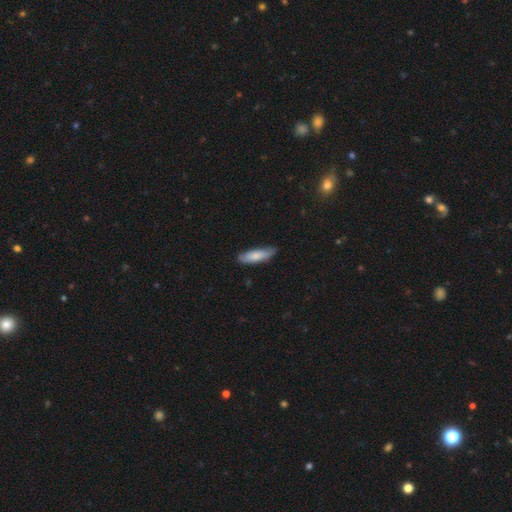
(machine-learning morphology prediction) A smooth galaxy with no disk features (79%) that is cigar-shaped (61%).

Vote fractions:
- Smooth or featured? smooth: 79% / featured or disk: 15% / star or artifact: 5%
- How rounded? cigar-shaped: 61% / in between: 38% / round: 2%
- Merging? none: 83% / minor disturbance: 14% / major disturbance: 2% / merger: 1%